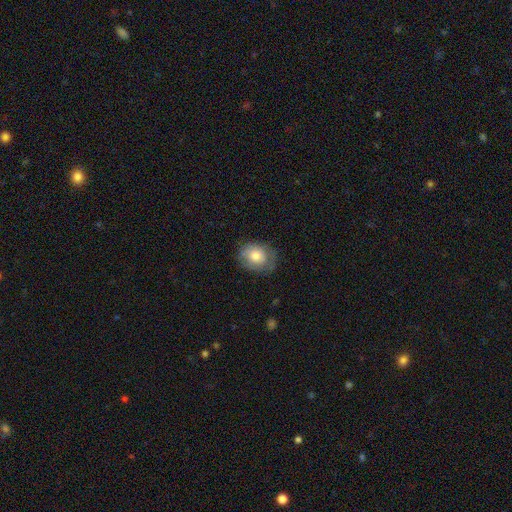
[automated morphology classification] smooth-or-featured: smooth: 75% | featured or disk: 17% | star or artifact: 8%
  how-rounded: round: 53% | in between: 46% | cigar-shaped: 1%
  merging: none: 70% | minor disturbance: 22% | major disturbance: 7% | merger: 1%